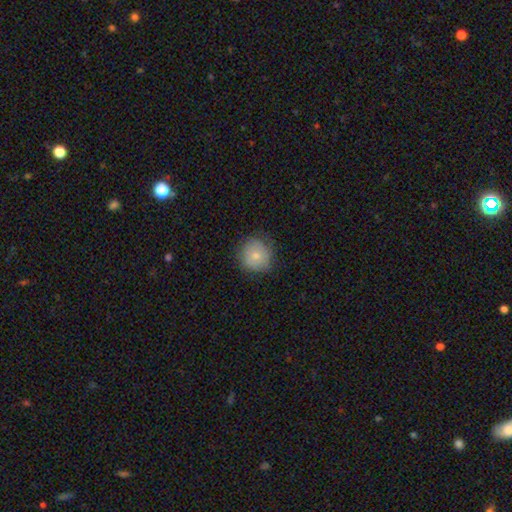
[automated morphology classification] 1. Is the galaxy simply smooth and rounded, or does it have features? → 74% smooth, 18% featured or disk, 8% star or artifact.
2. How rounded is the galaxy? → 91% round, 8% in between, 1% cigar-shaped.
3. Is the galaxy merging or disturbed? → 75% none, 19% minor disturbance, 5% major disturbance, 1% merger.